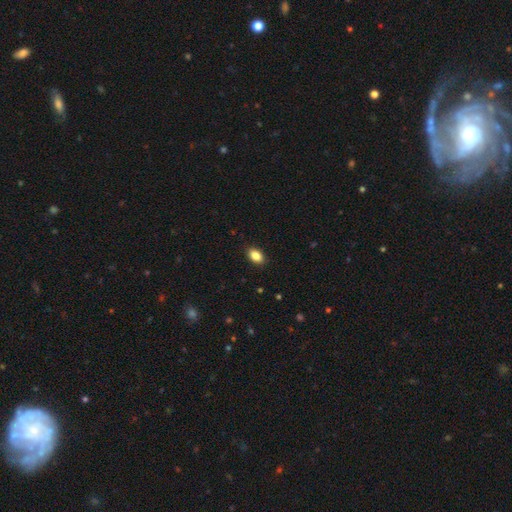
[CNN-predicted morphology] Smooth or featured? smooth (87%)
How rounded? in between (88%)
Merging? none (88%)